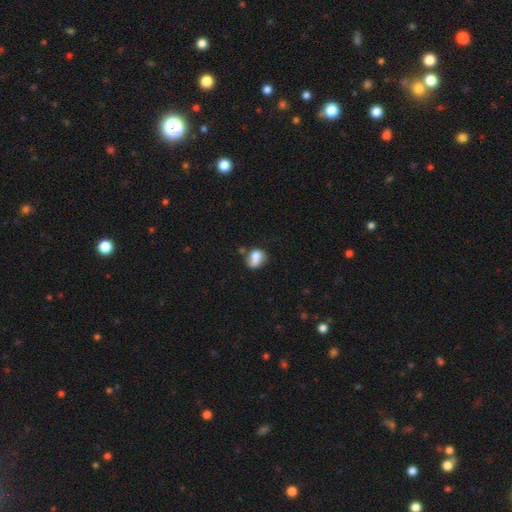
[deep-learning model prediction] The model was most divided on "how rounded": in between: 51%, round: 47%, cigar-shaped: 2%. Remaining: smooth or featured — smooth (67%); merging — none (35%).